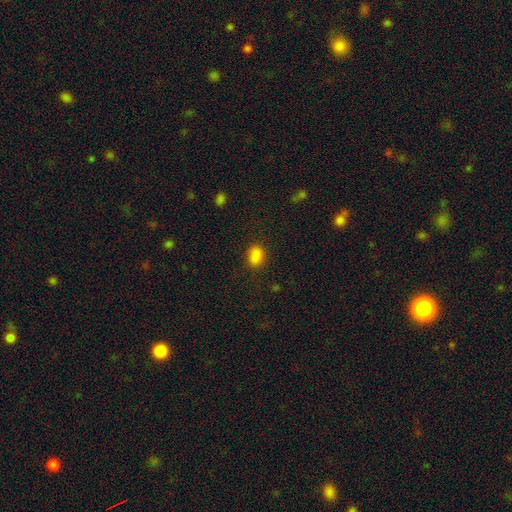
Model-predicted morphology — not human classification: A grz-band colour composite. It shows a smooth galaxy with no disk features (85%) that is in between round and cigar-shaped (82%). Merging: none (83%).